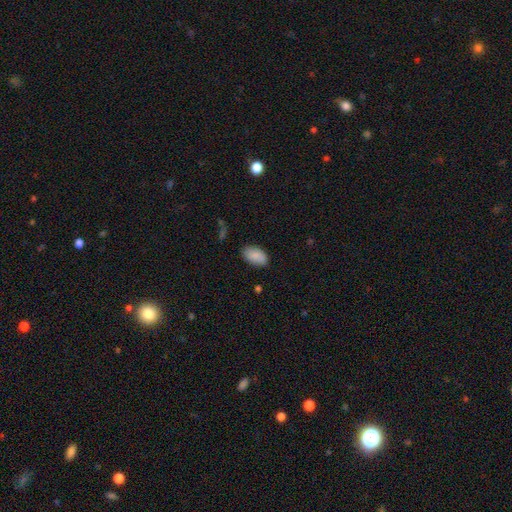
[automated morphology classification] smooth 88%, star or artifact 7%, featured or disk 6%. Down the decision tree: how rounded — in between (94%); merging — none (84%).